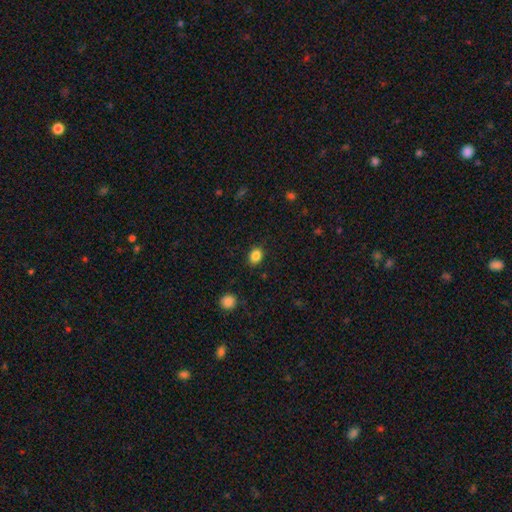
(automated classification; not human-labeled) Smooth or featured? smooth (86%)
How rounded? in between (58%)
Merging? none (87%)